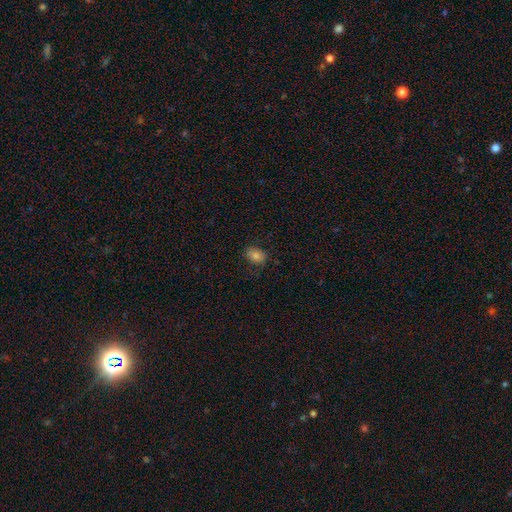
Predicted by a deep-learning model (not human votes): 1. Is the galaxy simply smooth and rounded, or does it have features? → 79% smooth, 11% featured or disk, 10% star or artifact.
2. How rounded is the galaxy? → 70% in between, 29% round, 1% cigar-shaped.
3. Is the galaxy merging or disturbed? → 77% none, 18% minor disturbance, 5% major disturbance, 1% merger.